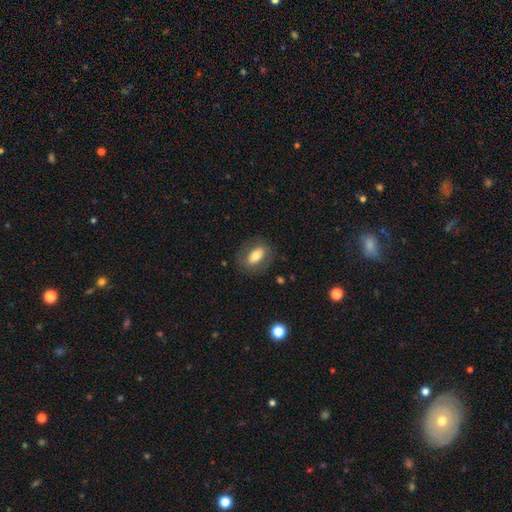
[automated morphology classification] Overall: smooth (68%). How rounded: in between (85%). Merging: none (78%).